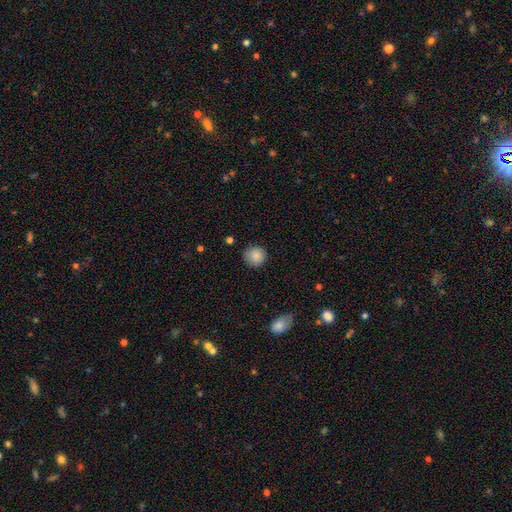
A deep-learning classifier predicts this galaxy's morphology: smooth 87%, star or artifact 8%, featured or disk 4%. Down the decision tree: how rounded — round (91%); merging — none (84%).